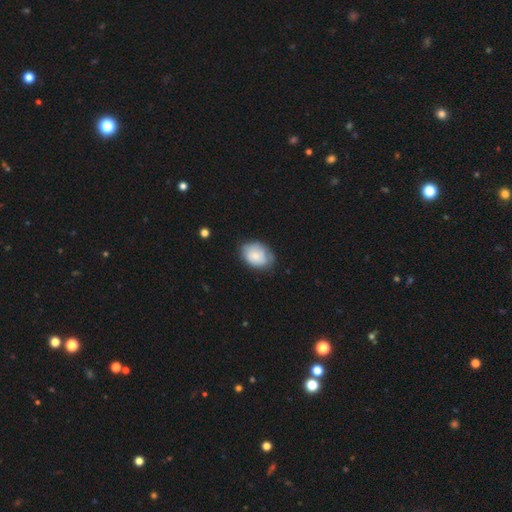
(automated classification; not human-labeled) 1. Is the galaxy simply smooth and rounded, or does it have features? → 71% smooth, 22% featured or disk, 7% star or artifact.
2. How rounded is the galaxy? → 72% in between, 27% round, 1% cigar-shaped.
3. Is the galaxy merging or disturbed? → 67% none, 25% minor disturbance, 6% major disturbance, 2% merger.